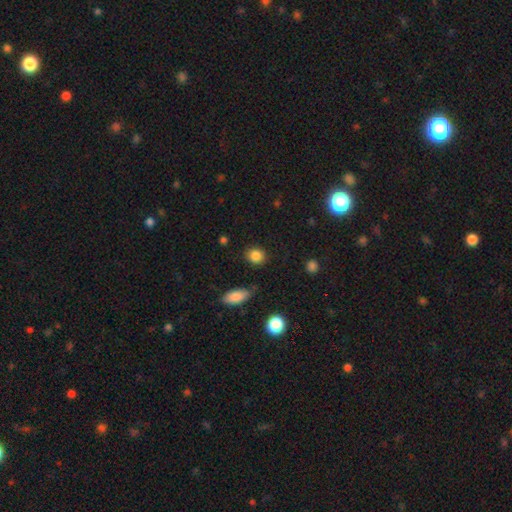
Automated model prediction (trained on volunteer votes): smooth-or-featured: smooth: 86% | star or artifact: 10% | featured or disk: 4%
  how-rounded: round: 77% | in between: 22% | cigar-shaped: 1%
  merging: none: 85% | minor disturbance: 10% | major disturbance: 3% | merger: 2%